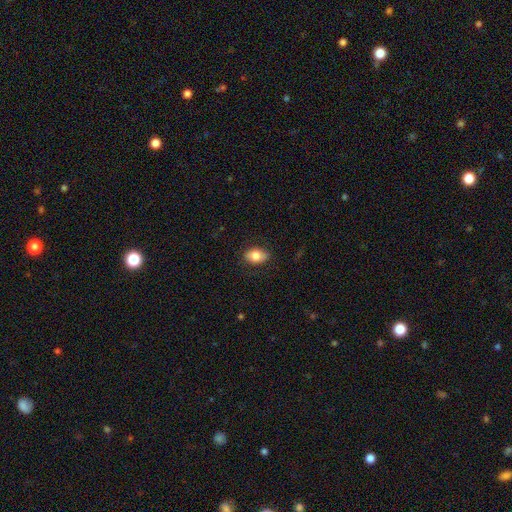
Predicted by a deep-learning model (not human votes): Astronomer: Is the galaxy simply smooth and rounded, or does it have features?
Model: smooth — 80%.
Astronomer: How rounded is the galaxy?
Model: in between — 85%.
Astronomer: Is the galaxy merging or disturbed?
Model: none — 84%.